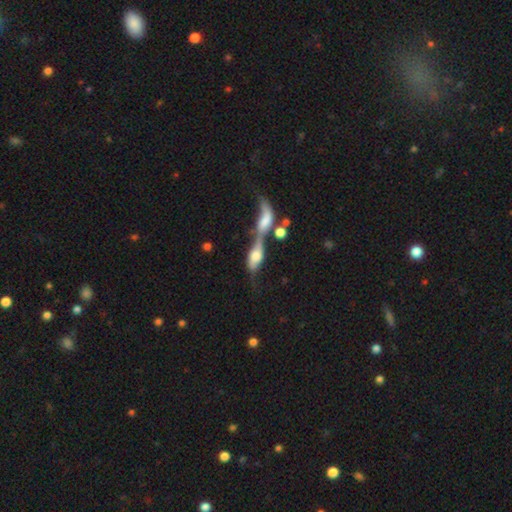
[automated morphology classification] A smooth galaxy with no disk features (46%). Merging: merger (73%).